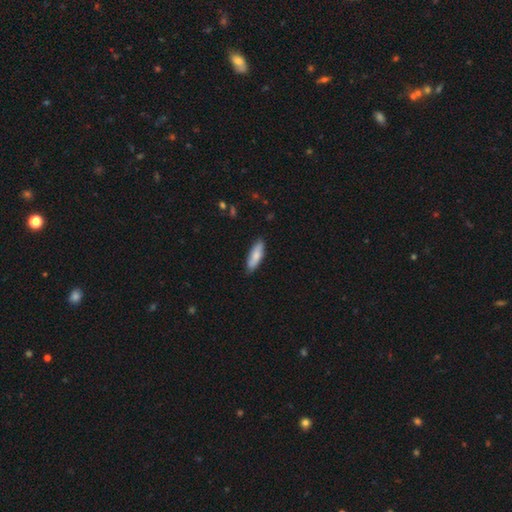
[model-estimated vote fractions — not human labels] smooth_or_featured: smooth (p=0.78) [alt: featured or disk p=0.17]
how_rounded: in between (p=0.52) [alt: cigar-shaped p=0.46]
merging: none (p=0.83) [alt: minor disturbance p=0.13]